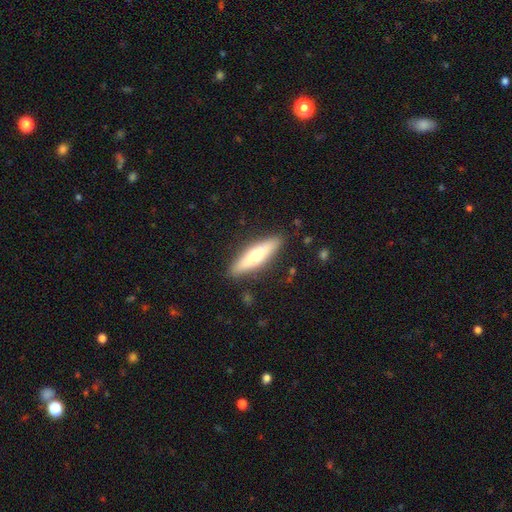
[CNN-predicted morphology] A smooth galaxy with no disk features (56%) that is cigar-shaped (69%).

Vote fractions:
- Smooth or featured? smooth: 56% / featured or disk: 38% / star or artifact: 6%
- How rounded? cigar-shaped: 69% / in between: 29% / round: 2%
- Merging? none: 87% / minor disturbance: 10% / major disturbance: 2% / merger: 1%